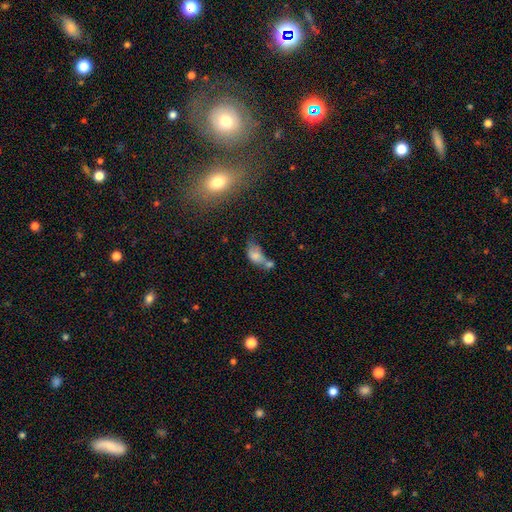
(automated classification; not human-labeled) Morphology: type=smooth (66%); roundness=in between (84%); merging=merger (51%).